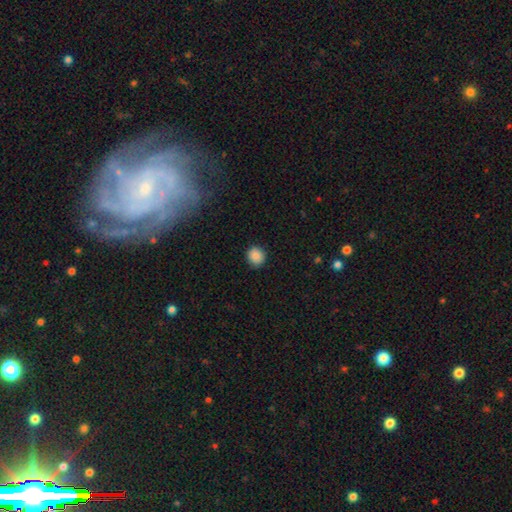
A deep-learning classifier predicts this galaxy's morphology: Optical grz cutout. It shows a smooth galaxy with no disk features (87%) that is round (85%). Merging: none (89%).